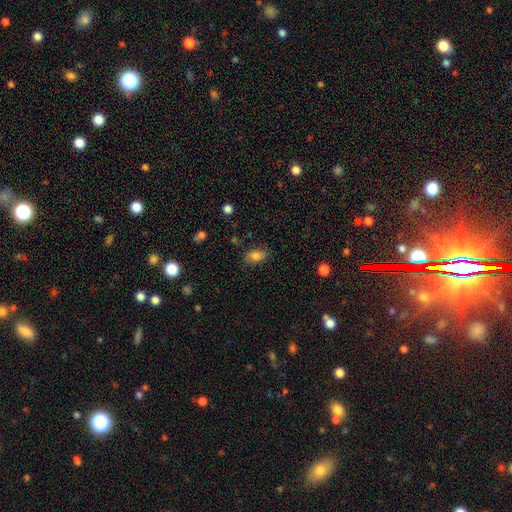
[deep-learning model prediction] Smooth or featured: smooth — 79% (featured or disk — 11%)
How rounded: in between — 86% (round — 11%)
Merging: none — 78% (minor disturbance — 16%)